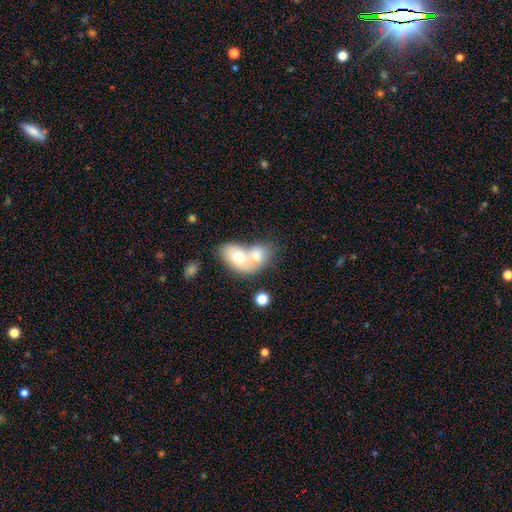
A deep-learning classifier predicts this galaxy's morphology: Q: Smooth or featured?
A: smooth (66%); runner-up: featured or disk (26%)
Q: How rounded?
A: in between (72%); runner-up: round (26%)
Q: Merging?
A: merger (75%); runner-up: none (15%)